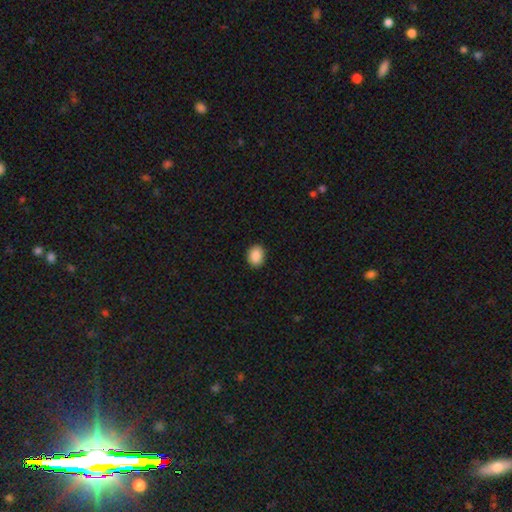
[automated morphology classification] Q: Smooth or featured?
A: smooth (89%); runner-up: star or artifact (8%)
Q: How rounded?
A: in between (51%); runner-up: round (49%)
Q: Merging?
A: none (90%); runner-up: minor disturbance (8%)